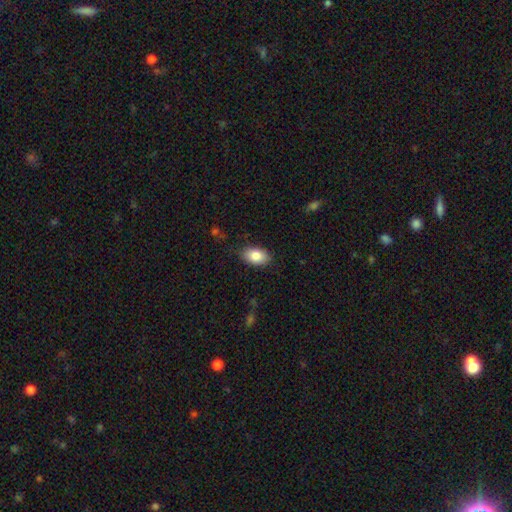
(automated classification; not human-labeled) Smooth or featured?
  - smooth: 84% *
  - featured or disk: 9%
  - star or artifact: 7%
How rounded?
  - in between: 91% *
  - round: 8%
  - cigar-shaped: 2%
Merging?
  - none: 83% *
  - minor disturbance: 13%
  - major disturbance: 3%
  - merger: 1%